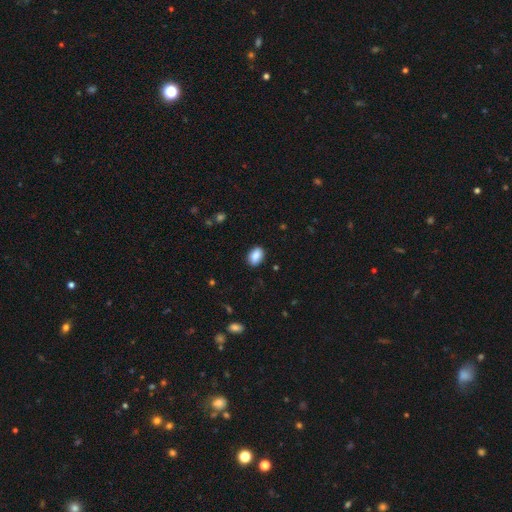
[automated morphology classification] Smooth or featured: smooth — 87% (star or artifact — 7%)
How rounded: in between — 84% (round — 15%)
Merging: none — 87% (minor disturbance — 9%)